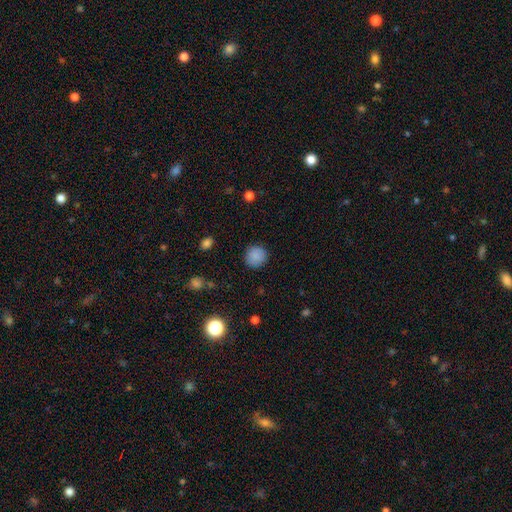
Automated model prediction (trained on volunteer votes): A smooth galaxy with no disk features (87%) that is round (93%). Merging: none (89%).